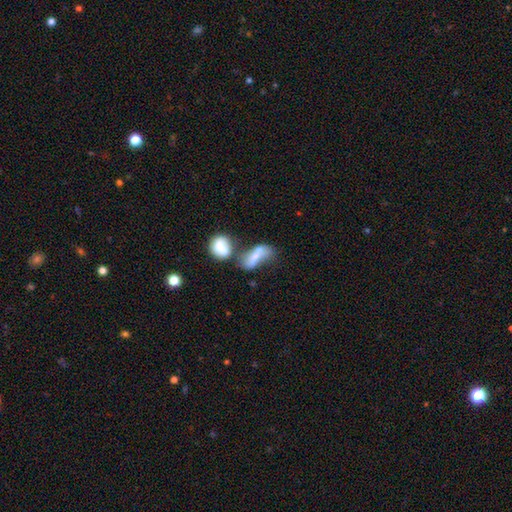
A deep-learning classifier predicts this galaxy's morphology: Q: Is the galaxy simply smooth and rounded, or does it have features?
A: smooth — 61%.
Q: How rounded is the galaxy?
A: in between — 76%.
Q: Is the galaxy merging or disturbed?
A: merger — 50%.